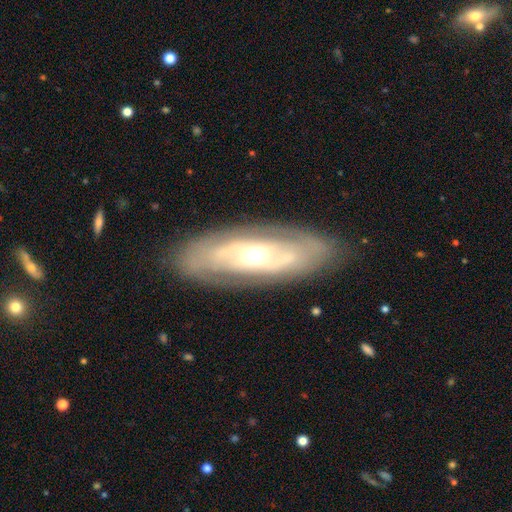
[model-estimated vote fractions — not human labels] featured or disk 74%, smooth 20%, star or artifact 6%. Down the decision tree: edge-on disk — no (83%); bar — no (64%); spiral arms — yes (58%); bulge size — moderate (67%); merging — none (83%).